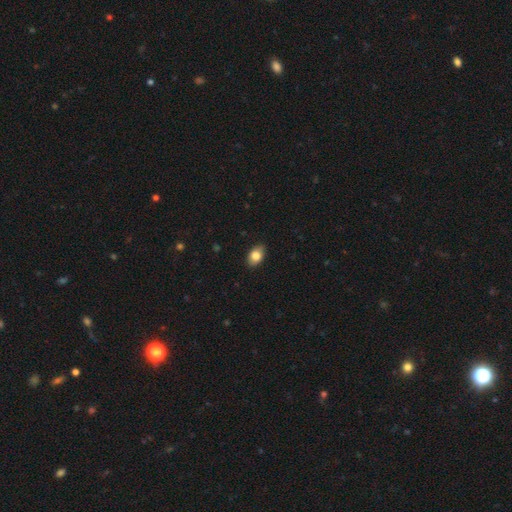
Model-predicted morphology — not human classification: The model was most divided on "how rounded": in between: 84%, round: 15%, cigar-shaped: 1%. More confident: merging — none (86%); smooth or featured — smooth (82%).